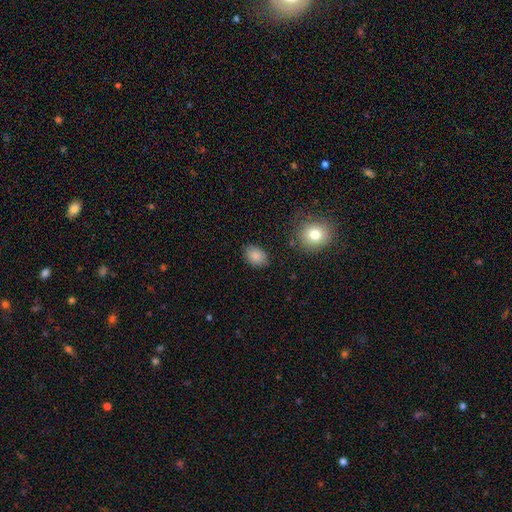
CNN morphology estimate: A smooth galaxy with no disk features (86%) that is in between round and cigar-shaped (77%).

Vote fractions:
- Smooth or featured? smooth: 86% / star or artifact: 8% / featured or disk: 5%
- How rounded? in between: 77% / round: 22% / cigar-shaped: 1%
- Merging? none: 85% / minor disturbance: 11% / major disturbance: 3% / merger: 2%